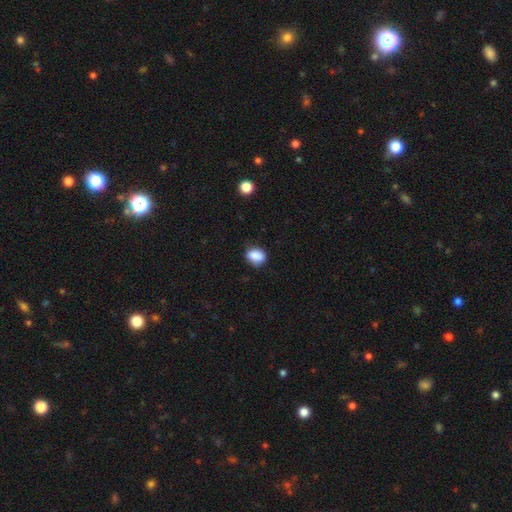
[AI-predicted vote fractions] Smooth or featured? smooth (87%)
How rounded? in between (63%)
Merging? none (76%)